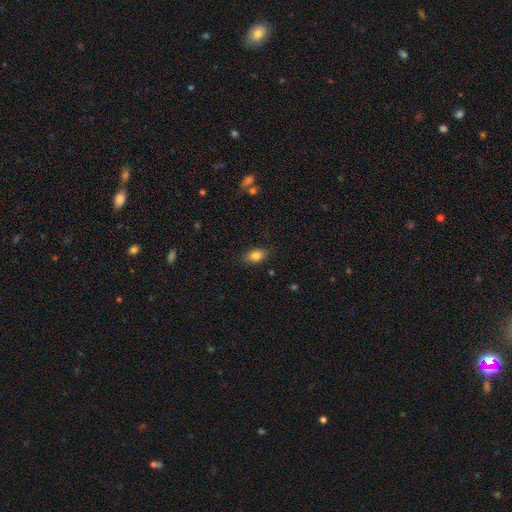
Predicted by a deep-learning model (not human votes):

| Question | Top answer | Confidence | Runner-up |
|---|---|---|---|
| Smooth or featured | smooth | 84% | star or artifact (9%) |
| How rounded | in between | 85% | round (13%) |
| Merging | none | 85% | minor disturbance (12%) |